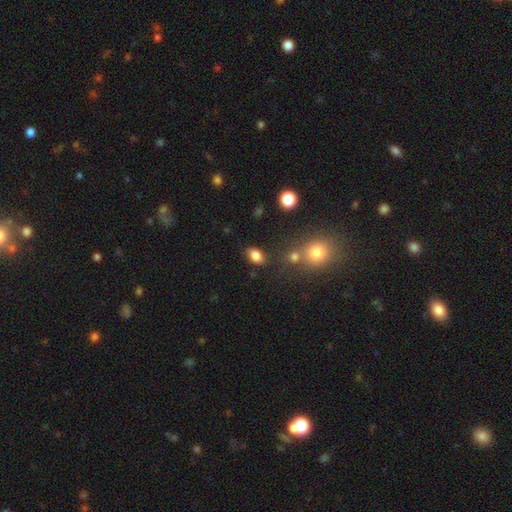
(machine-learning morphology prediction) Smooth or featured: smooth — 83% (star or artifact — 10%)
How rounded: in between — 85% (round — 13%)
Merging: none — 79% (minor disturbance — 13%)